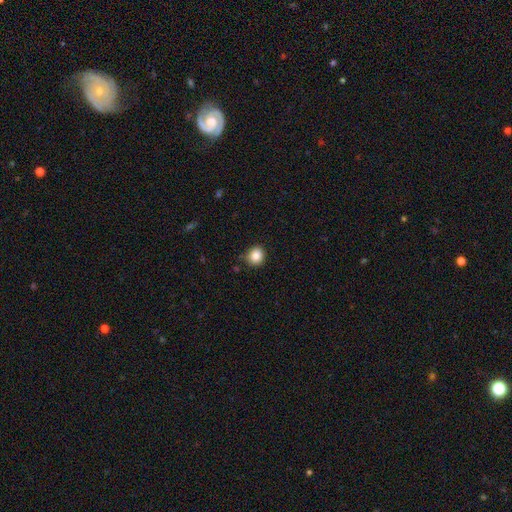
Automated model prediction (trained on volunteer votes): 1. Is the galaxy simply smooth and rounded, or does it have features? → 84% smooth, 11% star or artifact, 5% featured or disk.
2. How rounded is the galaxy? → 86% round, 13% in between, 1% cigar-shaped.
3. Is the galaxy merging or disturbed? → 81% none, 15% minor disturbance, 3% major disturbance, 2% merger.